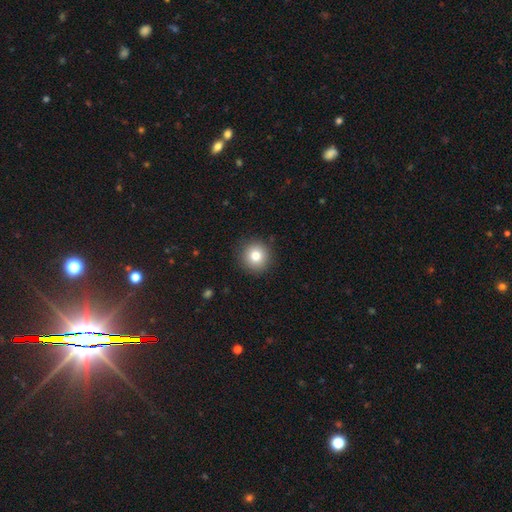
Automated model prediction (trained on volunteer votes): This is clearly a smooth galaxy (81%). How rounded: clearly round (94%). Merging: clearly none (90%).